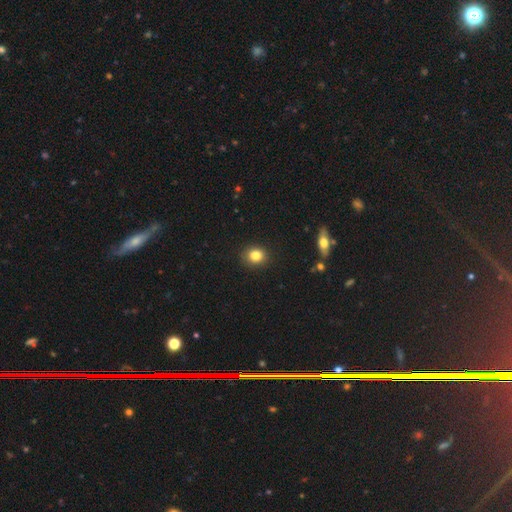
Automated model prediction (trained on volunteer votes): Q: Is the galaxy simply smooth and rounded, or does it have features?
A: smooth — 83%.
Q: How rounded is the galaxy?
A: round — 73%.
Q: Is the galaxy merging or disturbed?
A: none — 89%.